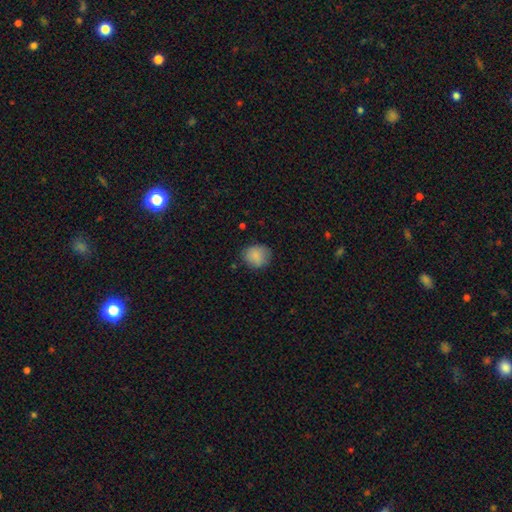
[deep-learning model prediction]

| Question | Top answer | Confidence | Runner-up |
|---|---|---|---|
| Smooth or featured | smooth | 85% | star or artifact (9%) |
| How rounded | round | 74% | in between (25%) |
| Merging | none | 77% | minor disturbance (17%) |